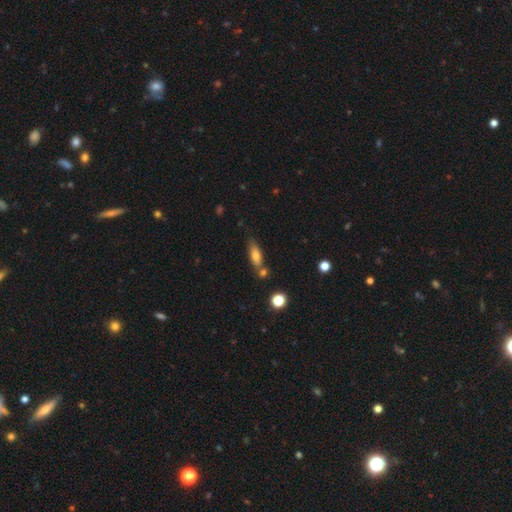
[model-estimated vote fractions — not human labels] smooth 71%, featured or disk 20%, star or artifact 9%. Down the decision tree: how rounded — in between (60%); merging — none (60%).